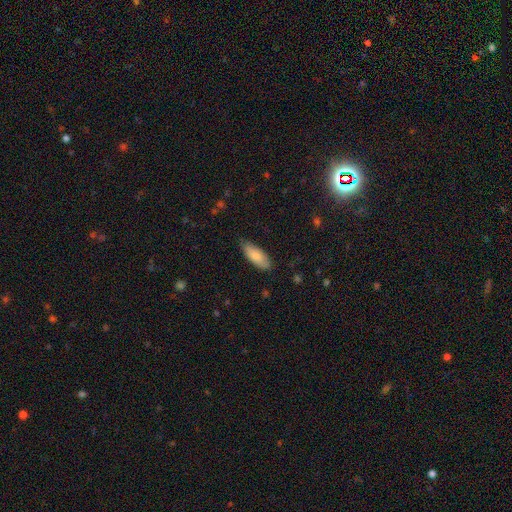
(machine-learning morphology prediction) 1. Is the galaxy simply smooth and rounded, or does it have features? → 83% smooth, 11% featured or disk, 6% star or artifact.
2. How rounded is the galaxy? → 74% in between, 24% cigar-shaped, 2% round.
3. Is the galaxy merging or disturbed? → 78% none, 18% minor disturbance, 3% major disturbance, 1% merger.